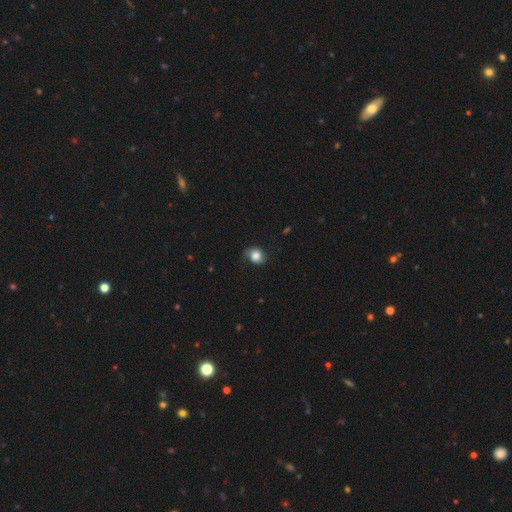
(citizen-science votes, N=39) Q: Smooth or featured?
A: smooth (85%); runner-up: featured or disk (10%)
Q: How rounded?
A: round (55%); runner-up: in between (45%)
Q: Merging?
A: none (68%); runner-up: minor disturbance (24%)